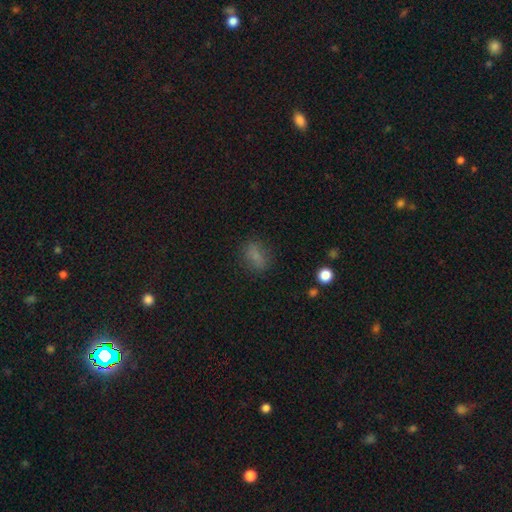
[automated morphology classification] Smooth or featured?
  - smooth: 77% *
  - star or artifact: 14%
  - featured or disk: 9%
How rounded?
  - in between: 71% *
  - round: 23%
  - cigar-shaped: 6%
Merging?
  - none: 79% *
  - minor disturbance: 14%
  - major disturbance: 5%
  - merger: 2%